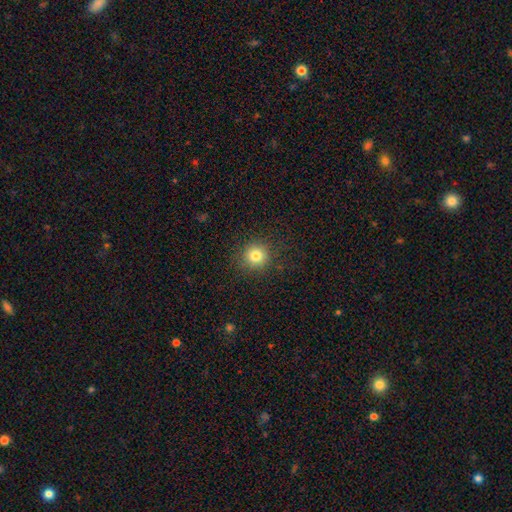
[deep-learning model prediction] The model was most divided on "smooth or featured": smooth: 81%, star or artifact: 12%, featured or disk: 7%. More confident: how rounded — round (93%); merging — none (89%).